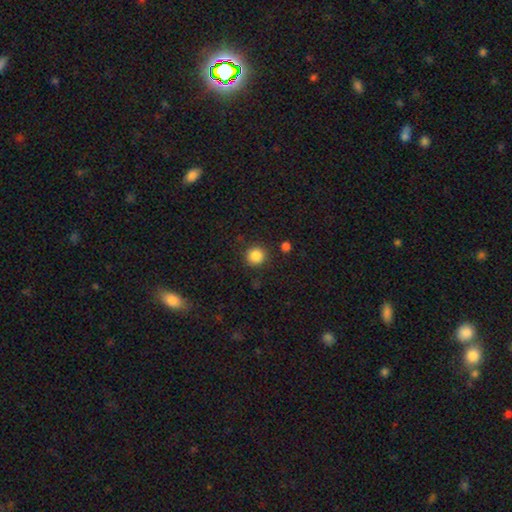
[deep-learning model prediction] Smooth or featured: smooth — 86% (star or artifact — 10%)
How rounded: round — 93% (in between — 6%)
Merging: none — 88% (minor disturbance — 7%)